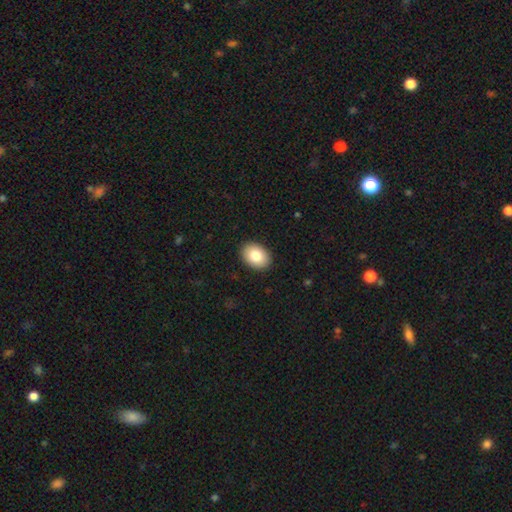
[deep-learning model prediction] Smooth or featured?
  - smooth: 82% *
  - featured or disk: 10%
  - star or artifact: 7%
How rounded?
  - in between: 76% *
  - round: 23%
  - cigar-shaped: 1%
Merging?
  - none: 91% *
  - minor disturbance: 7%
  - major disturbance: 2%
  - merger: 1%